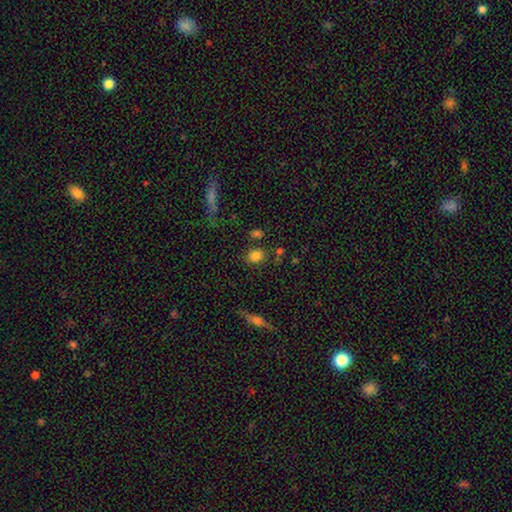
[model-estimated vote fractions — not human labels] smooth 82%, star or artifact 12%, featured or disk 7%. Down the decision tree: how rounded — round (56%); merging — none (78%).